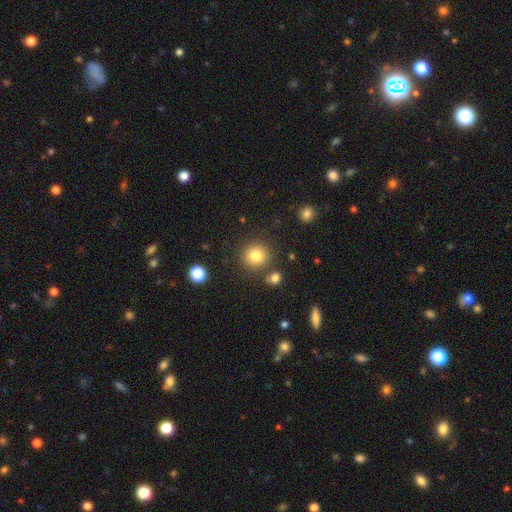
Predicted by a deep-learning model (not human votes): Smooth or featured? smooth (83%)
How rounded? round (89%)
Merging? none (82%)